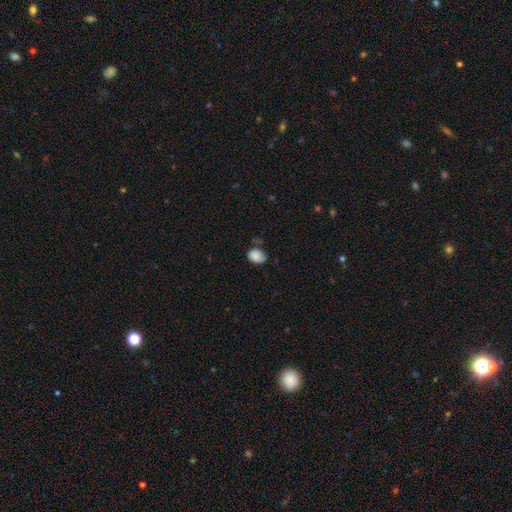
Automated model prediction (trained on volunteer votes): smooth-or-featured: smooth: 82% | featured or disk: 10% | star or artifact: 8%
  how-rounded: in between: 70% | round: 29% | cigar-shaped: 1%
  merging: none: 52% | minor disturbance: 34% | major disturbance: 10% | merger: 4%